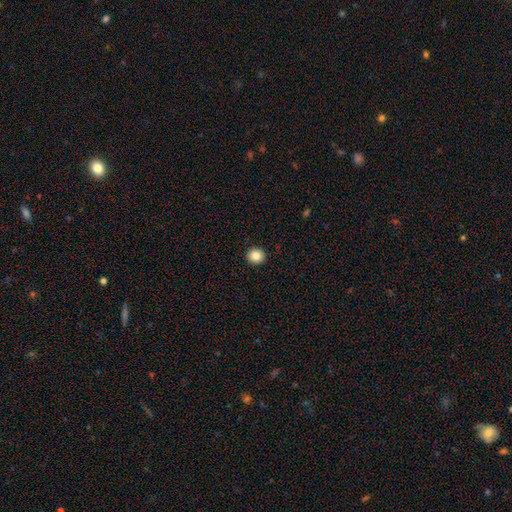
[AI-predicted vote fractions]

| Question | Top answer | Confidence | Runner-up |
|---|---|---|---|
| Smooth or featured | smooth | 85% | star or artifact (10%) |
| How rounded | round | 91% | in between (8%) |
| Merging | none | 93% | minor disturbance (4%) |